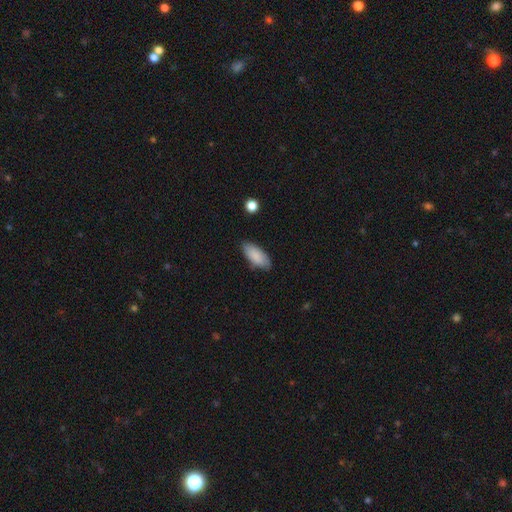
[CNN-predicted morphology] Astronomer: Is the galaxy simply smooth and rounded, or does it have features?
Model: smooth — 86%.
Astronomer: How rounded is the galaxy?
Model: in between — 86%.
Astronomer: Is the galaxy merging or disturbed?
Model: none — 82%.